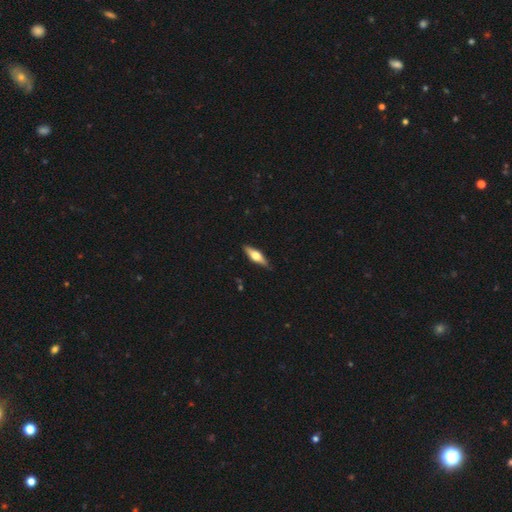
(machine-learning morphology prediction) Smooth or featured? featured or disk (51%)
Edge-on disk? yes (92%)
Merging? none (87%)